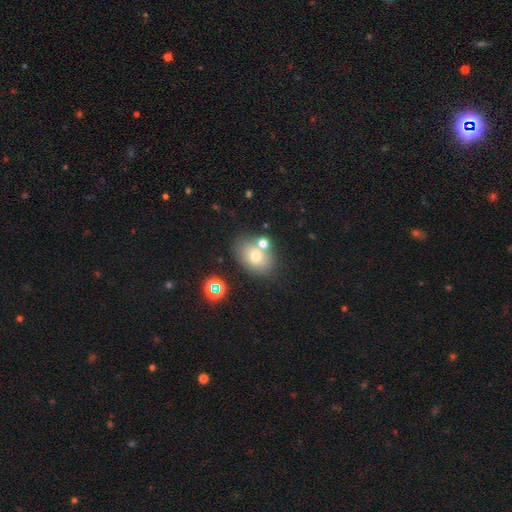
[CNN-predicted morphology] A smooth galaxy with no disk features (67%) that is in between round and cigar-shaped (66%).

Vote fractions:
- Smooth or featured? smooth: 67% / featured or disk: 19% / star or artifact: 14%
- How rounded? in between: 66% / round: 33% / cigar-shaped: 1%
- Merging? none: 62% / merger: 20% / minor disturbance: 14% / major disturbance: 5%